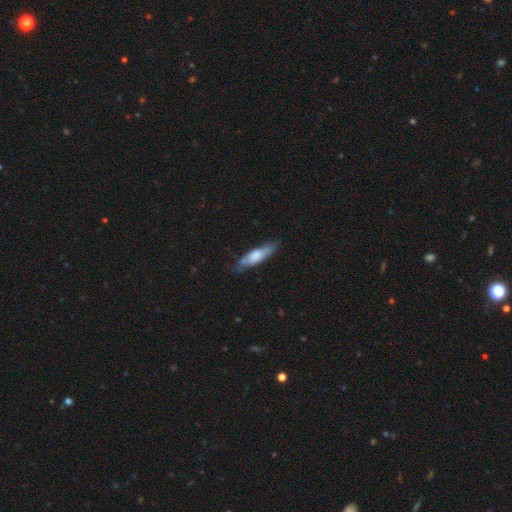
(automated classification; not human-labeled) Morphology: type=smooth (68%); roundness=cigar-shaped (64%); merging=none (71%).